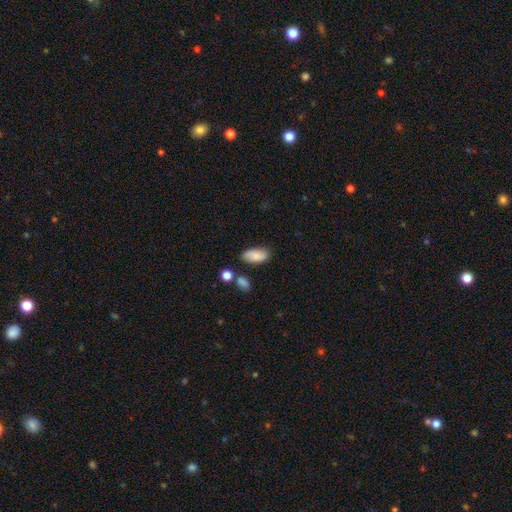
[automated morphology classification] Q: Smooth or featured?
A: smooth (84%); runner-up: featured or disk (9%)
Q: How rounded?
A: in between (92%); runner-up: cigar-shaped (5%)
Q: Merging?
A: none (76%); runner-up: minor disturbance (15%)